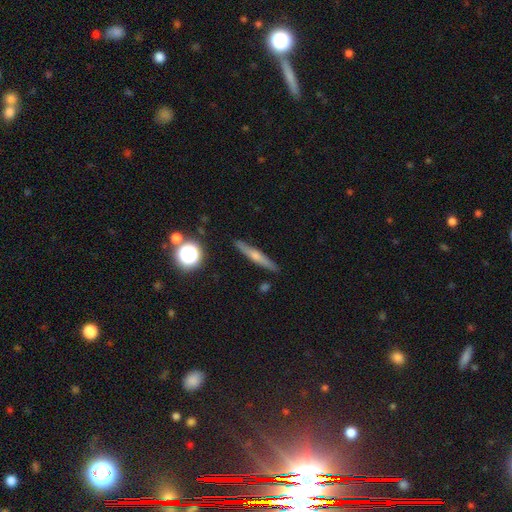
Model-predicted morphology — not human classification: A featured or disk galaxy (53%) viewed edge-on (95%) with a rounded central bulge (74%).

Vote fractions:
- Smooth or featured? featured or disk: 53% / smooth: 38% / star or artifact: 9%
- Edge-on disk? yes: 95% / no: 5%
- Edge-on bulge? rounded: 74% / none: 18% / boxy: 8%
- Merging? none: 89% / minor disturbance: 8% / major disturbance: 2% / merger: 2%